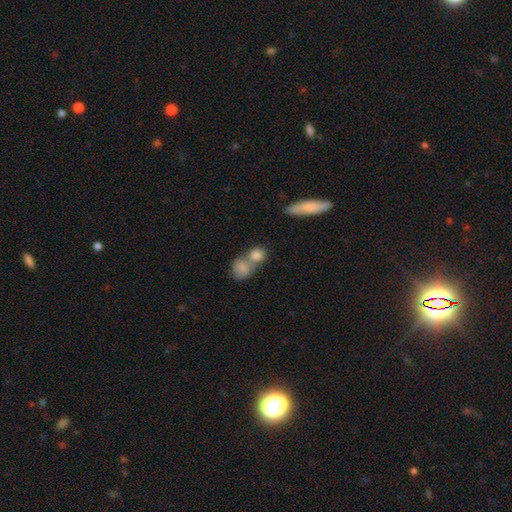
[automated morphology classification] Smooth or featured: smooth — 82% (featured or disk — 10%)
How rounded: round — 64% (in between — 32%)
Merging: merger — 55% (none — 34%)